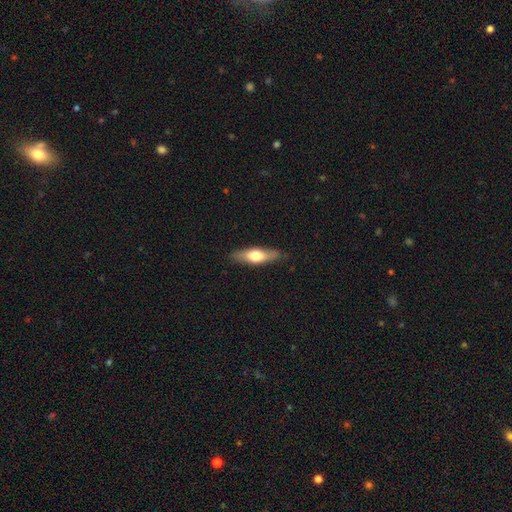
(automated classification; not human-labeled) A smooth galaxy with no disk features (55%) that is cigar-shaped (57%).

Vote fractions:
- Smooth or featured? smooth: 55% / featured or disk: 39% / star or artifact: 5%
- How rounded? cigar-shaped: 57% / in between: 41% / round: 3%
- Merging? none: 85% / minor disturbance: 11% / major disturbance: 2% / merger: 1%